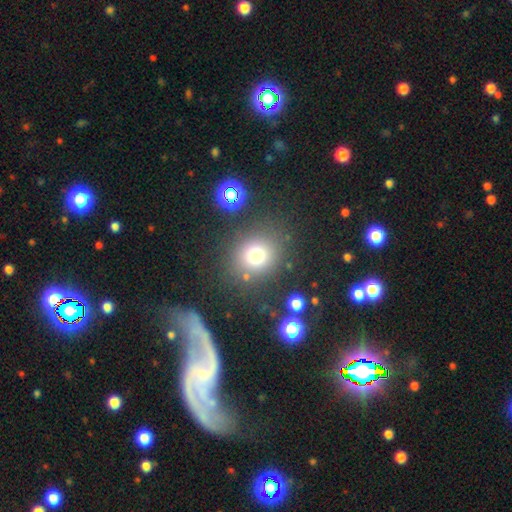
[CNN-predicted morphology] smooth-or-featured: smooth: 75% | star or artifact: 17% | featured or disk: 9%
  how-rounded: round: 80% | in between: 19% | cigar-shaped: 1%
  merging: none: 80% | minor disturbance: 10% | merger: 5% | major disturbance: 5%